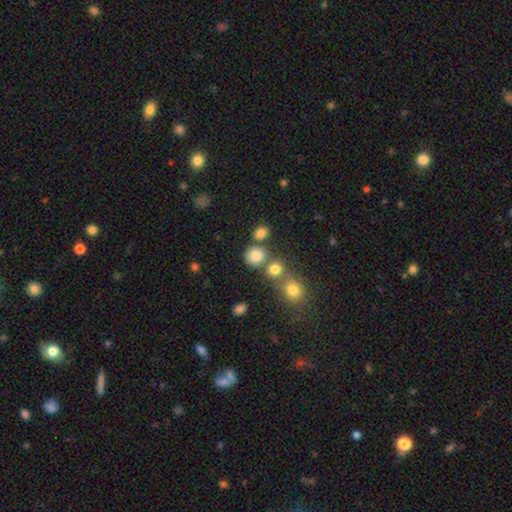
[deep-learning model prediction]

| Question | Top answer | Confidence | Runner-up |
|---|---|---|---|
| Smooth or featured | smooth | 79% | star or artifact (14%) |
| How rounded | round | 81% | in between (18%) |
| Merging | none | 62% | merger (22%) |